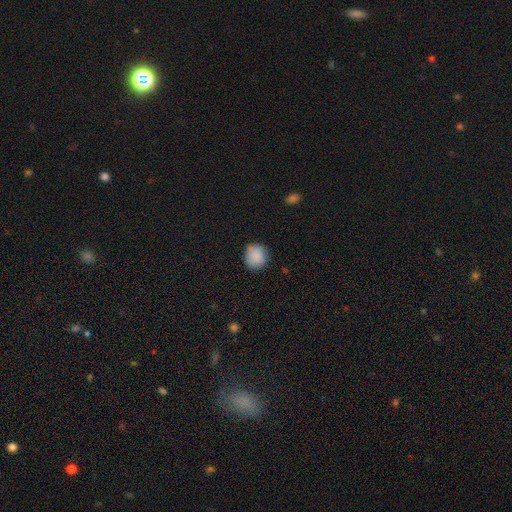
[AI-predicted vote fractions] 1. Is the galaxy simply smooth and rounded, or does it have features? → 87% smooth, 8% star or artifact, 6% featured or disk.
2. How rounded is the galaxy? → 87% round, 12% in between, 1% cigar-shaped.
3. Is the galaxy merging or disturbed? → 80% none, 16% minor disturbance, 3% major disturbance, 1% merger.